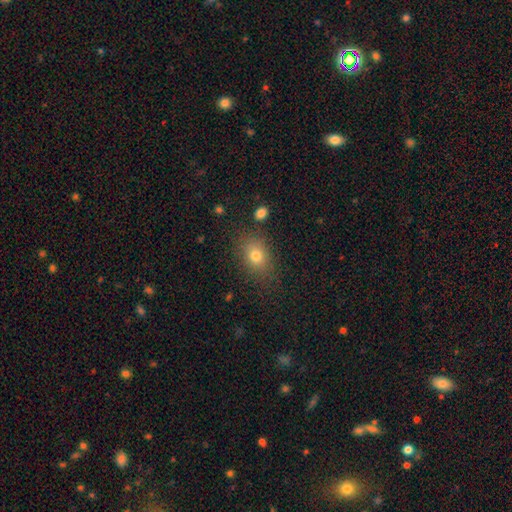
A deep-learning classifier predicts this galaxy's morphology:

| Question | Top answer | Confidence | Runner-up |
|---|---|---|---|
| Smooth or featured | smooth | 77% | star or artifact (12%) |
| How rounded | in between | 68% | round (30%) |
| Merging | none | 79% | minor disturbance (13%) |